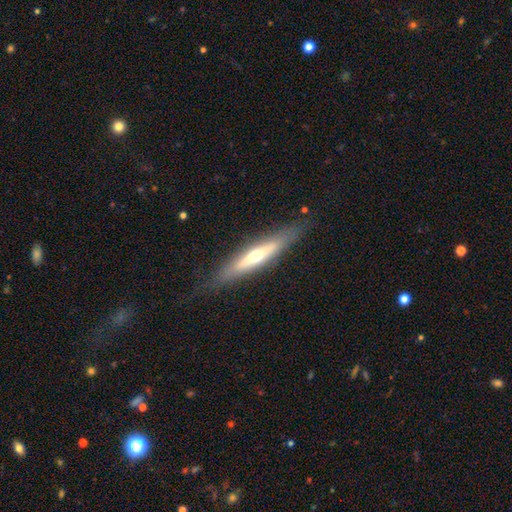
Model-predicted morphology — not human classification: This is possibly a featured or disk galaxy (54%). It is clearly viewed edge-on (84%). Merging: clearly none (83%).